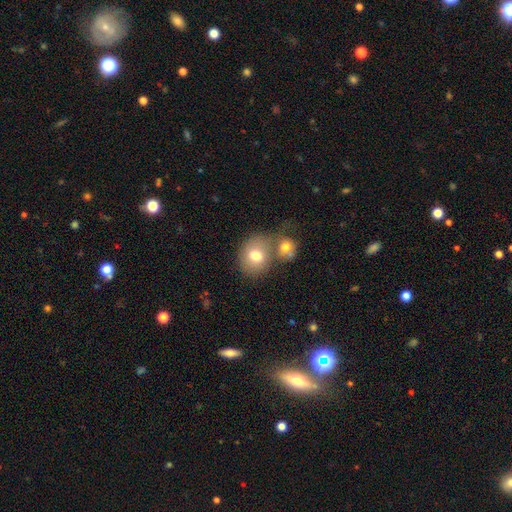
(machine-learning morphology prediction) Smooth or featured?
  - smooth: 74% *
  - featured or disk: 17%
  - star or artifact: 9%
How rounded?
  - round: 67% *
  - in between: 32%
  - cigar-shaped: 1%
Merging?
  - none: 43% *
  - merger: 41%
  - minor disturbance: 11%
  - major disturbance: 5%